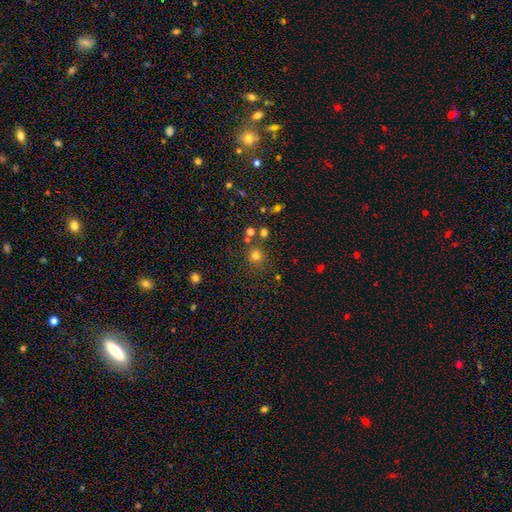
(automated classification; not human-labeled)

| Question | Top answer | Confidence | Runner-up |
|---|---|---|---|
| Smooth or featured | smooth | 71% | star or artifact (22%) |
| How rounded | round | 92% | in between (7%) |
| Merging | none | 79% | minor disturbance (9%) |